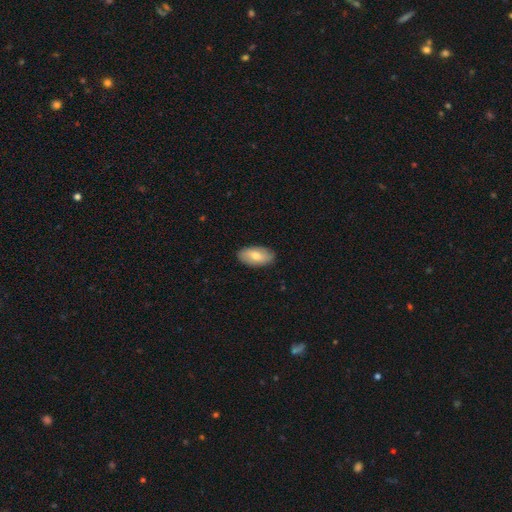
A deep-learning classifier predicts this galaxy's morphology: Smooth or featured? smooth (68%)
How rounded? in between (93%)
Merging? none (87%)